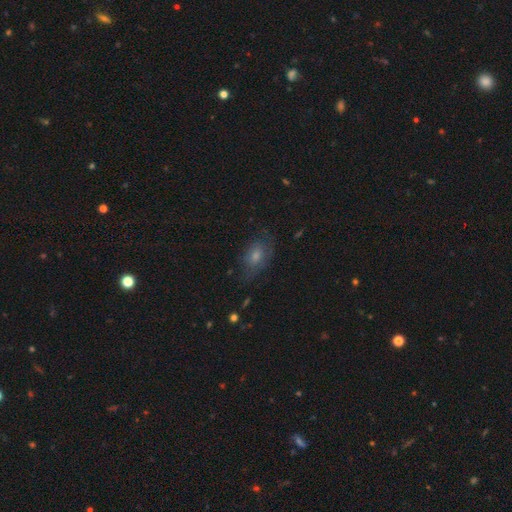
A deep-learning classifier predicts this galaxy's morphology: smooth-or-featured: smooth: 48% | featured or disk: 31% | star or artifact: 21%
  merging: none: 68% | minor disturbance: 21% | major disturbance: 9% | merger: 2%